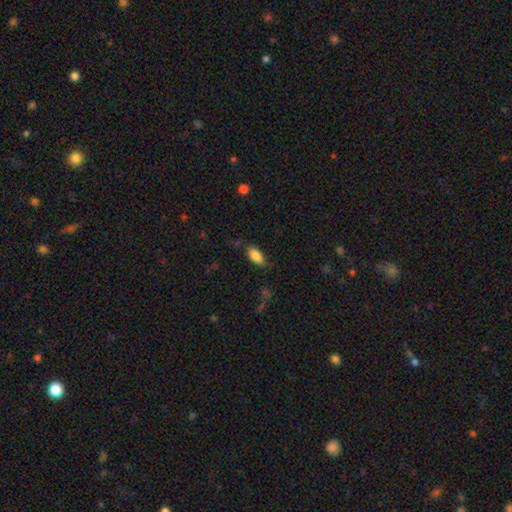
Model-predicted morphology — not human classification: A smooth galaxy with no disk features (84%) that is in between round and cigar-shaped (87%).

Vote fractions:
- Smooth or featured? smooth: 84% / featured or disk: 9% / star or artifact: 7%
- How rounded? in between: 87% / cigar-shaped: 11% / round: 2%
- Merging? none: 74% / minor disturbance: 20% / major disturbance: 5% / merger: 2%